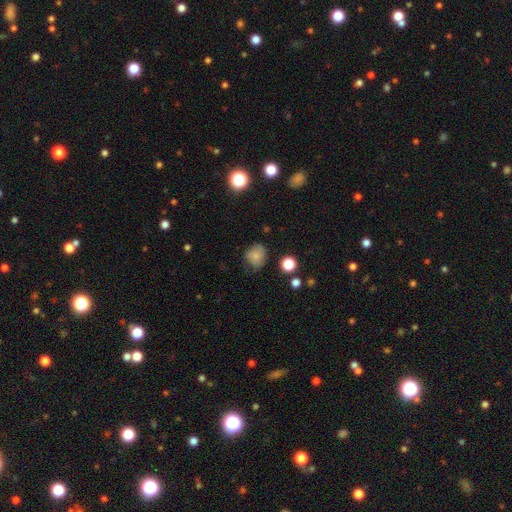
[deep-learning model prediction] Smooth or featured? smooth (76%)
How rounded? round (71%)
Merging? none (61%)